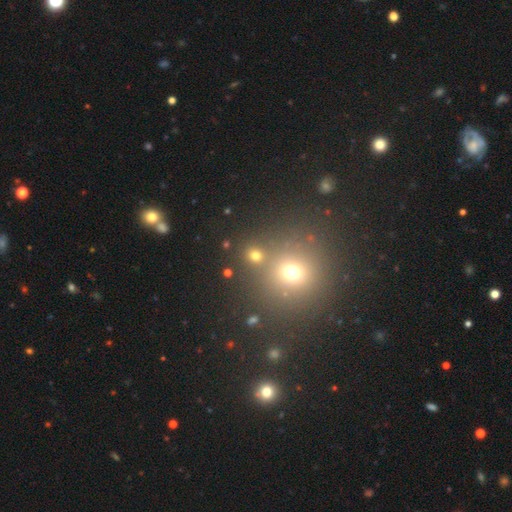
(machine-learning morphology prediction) smooth-or-featured: smooth: 70% | star or artifact: 22% | featured or disk: 7%
  how-rounded: round: 87% | in between: 12% | cigar-shaped: 1%
  merging: none: 72% | merger: 18% | minor disturbance: 6% | major disturbance: 4%